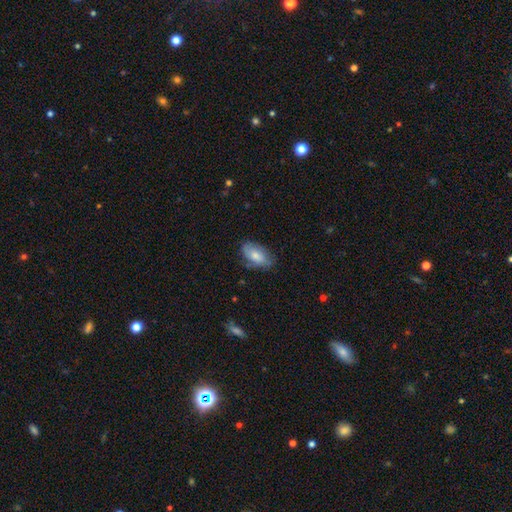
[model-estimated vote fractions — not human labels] Smooth or featured: smooth — 68% (featured or disk — 25%)
How rounded: in between — 92% (round — 5%)
Merging: none — 67% (minor disturbance — 25%)